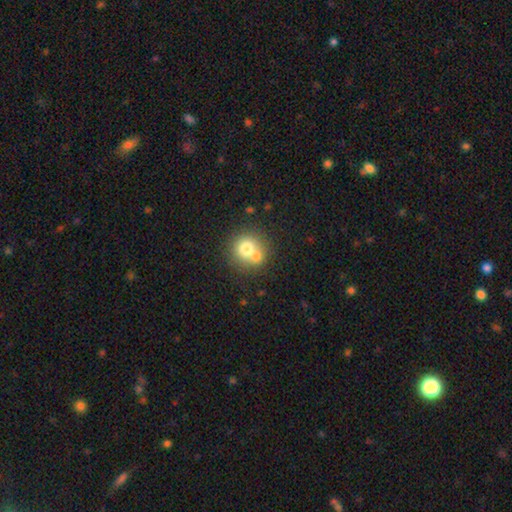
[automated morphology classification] Smooth or featured? Predicted: smooth (p=0.70). How rounded? Predicted: round (p=0.86). Merging? Predicted: merger (p=0.45).